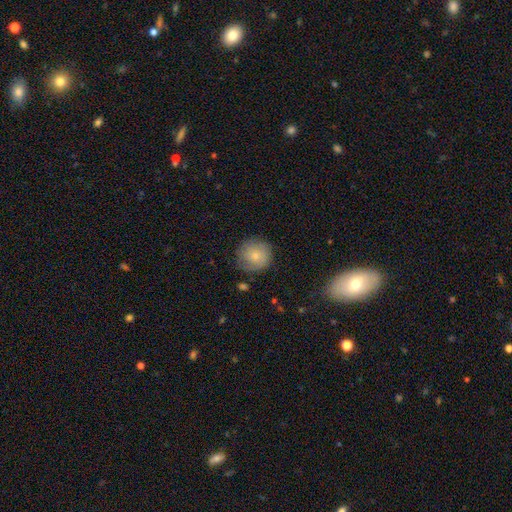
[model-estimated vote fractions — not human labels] smooth-or-featured: smooth: 71% | featured or disk: 21% | star or artifact: 8%
  how-rounded: round: 92% | in between: 7% | cigar-shaped: 1%
  merging: none: 76% | minor disturbance: 17% | major disturbance: 5% | merger: 2%